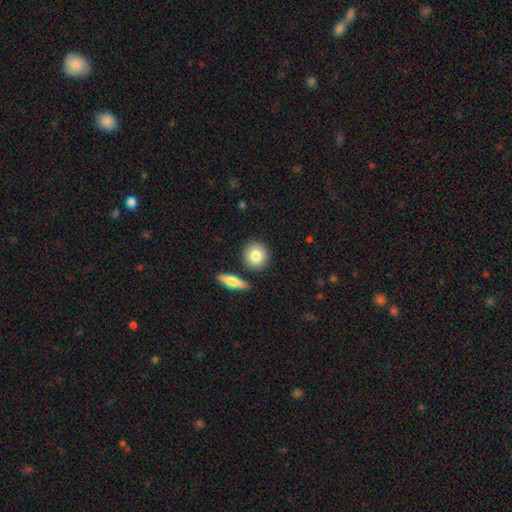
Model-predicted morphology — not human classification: A smooth galaxy with no disk features (81%) that is round (83%). Merging: none (84%).